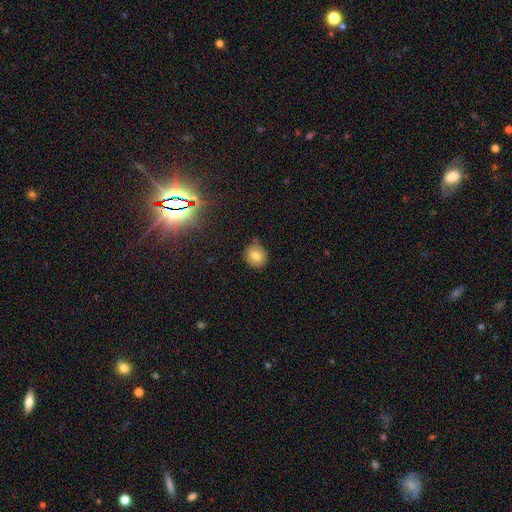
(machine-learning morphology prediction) Smooth or featured? smooth (77%)
How rounded? round (83%)
Merging? none (81%)